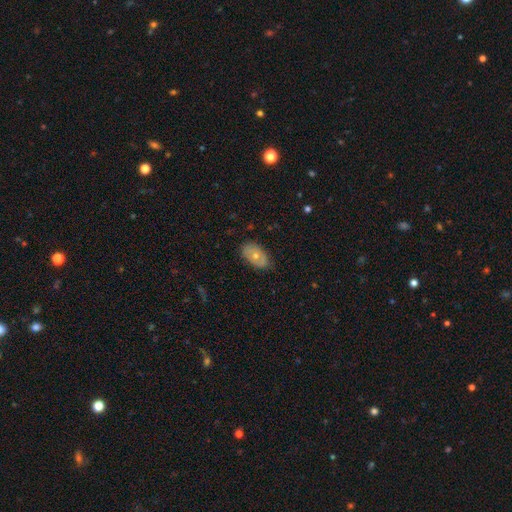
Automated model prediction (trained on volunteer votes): The model was most divided on "smooth or featured": smooth: 63%, featured or disk: 30%, star or artifact: 7%. More confident: how rounded — in between (91%); merging — none (77%).